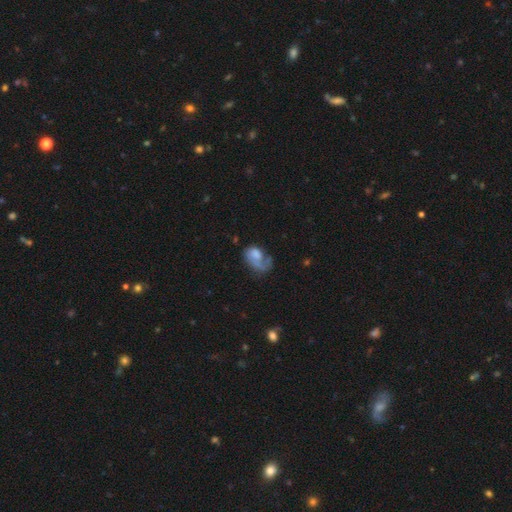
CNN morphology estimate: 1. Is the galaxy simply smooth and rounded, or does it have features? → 46% featured or disk, 45% smooth, 9% star or artifact.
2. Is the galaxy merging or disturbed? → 45% major disturbance, 28% none, 19% minor disturbance, 8% merger.